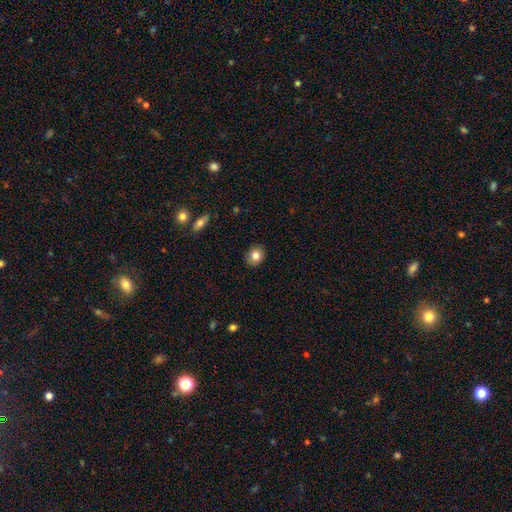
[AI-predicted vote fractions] Smooth or featured? smooth (82%)
How rounded? round (70%)
Merging? none (89%)